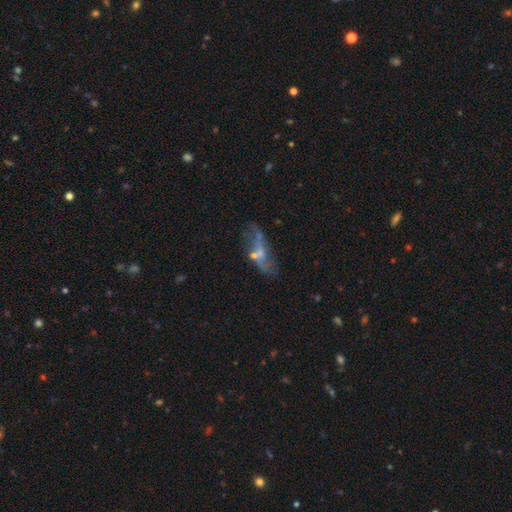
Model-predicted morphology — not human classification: Smooth or featured? Predicted: featured or disk (p=0.61). Edge-on disk? Predicted: no (p=0.84). Bar? Predicted: no (p=0.60). Spiral arms? Predicted: yes (p=0.52). Bulge size? Predicted: small (p=0.45). Merging? Predicted: none (p=0.42).